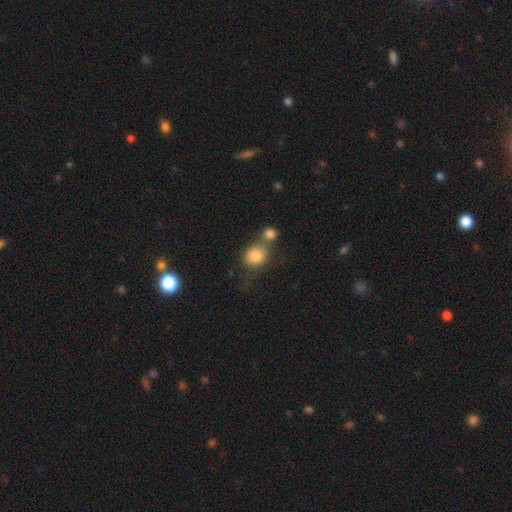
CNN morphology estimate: A smooth galaxy with no disk features (82%) that is round (74%).

Vote fractions:
- Smooth or featured? smooth: 82% / star or artifact: 10% / featured or disk: 8%
- How rounded? round: 74% / in between: 25% / cigar-shaped: 1%
- Merging? merger: 44% / none: 40% / minor disturbance: 10% / major disturbance: 5%